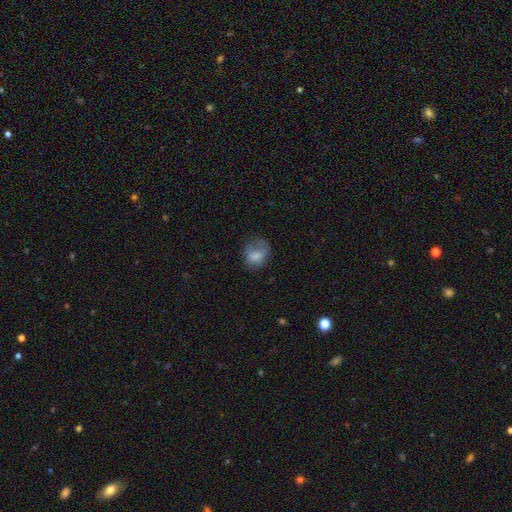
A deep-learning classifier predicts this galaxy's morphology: Smooth or featured? Predicted: smooth (p=0.72). How rounded? Predicted: in between (p=0.55). Merging? Predicted: none (p=0.48).